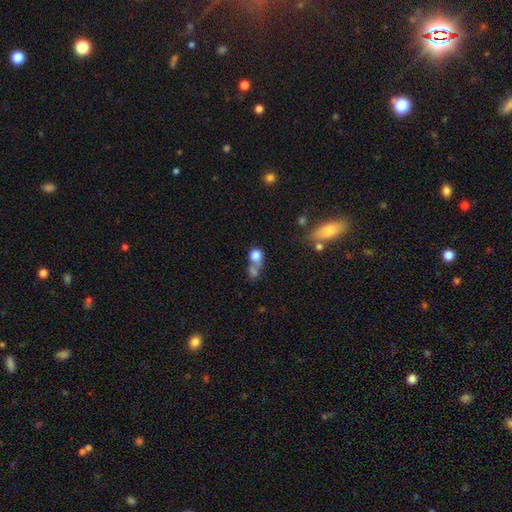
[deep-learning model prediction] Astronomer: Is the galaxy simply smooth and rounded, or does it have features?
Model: smooth — 77%.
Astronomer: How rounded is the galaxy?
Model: round — 71%.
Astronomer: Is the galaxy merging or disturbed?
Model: merger — 56%.